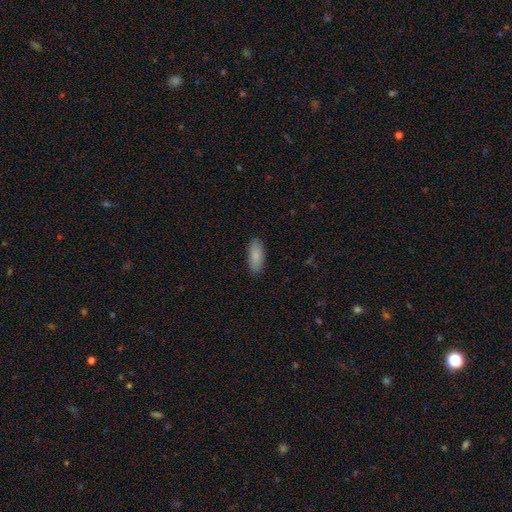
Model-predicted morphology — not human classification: Smooth or featured? Predicted: smooth (p=0.87). How rounded? Predicted: in between (p=0.83). Merging? Predicted: none (p=0.88).